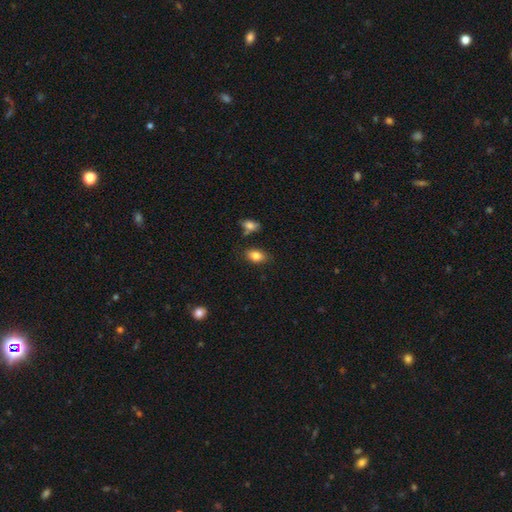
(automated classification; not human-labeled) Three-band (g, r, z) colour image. It shows a smooth galaxy with no disk features (83%) that is in between round and cigar-shaped (85%). Merging: none (79%).